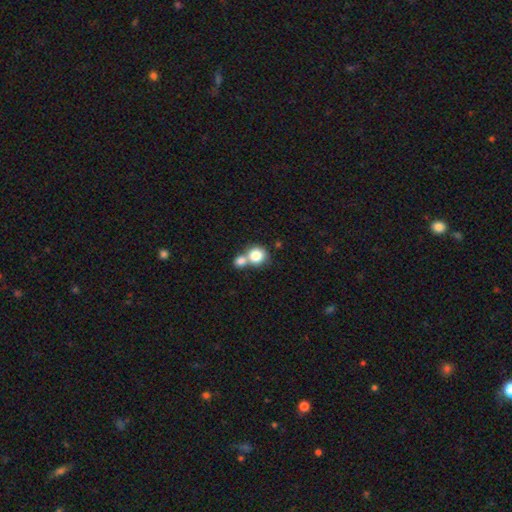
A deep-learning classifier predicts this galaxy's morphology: smooth-or-featured: smooth: 81% | featured or disk: 10% | star or artifact: 9%
  how-rounded: round: 84% | in between: 15% | cigar-shaped: 1%
  merging: merger: 54% | none: 36% | minor disturbance: 7% | major disturbance: 3%